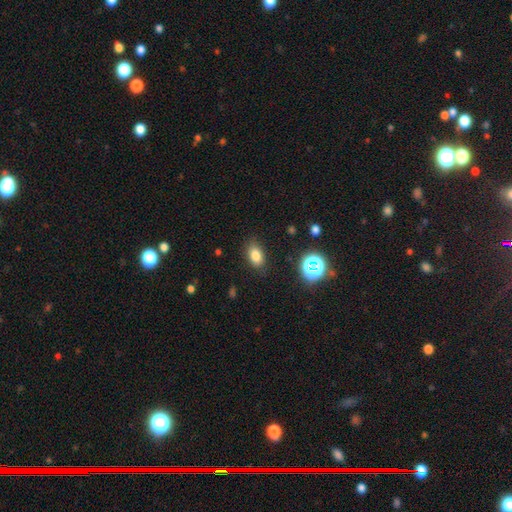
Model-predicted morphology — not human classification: This appears to be a smooth galaxy with no disk features (79%) that is in between round and cigar-shaped (84%). Merging: none (84%).